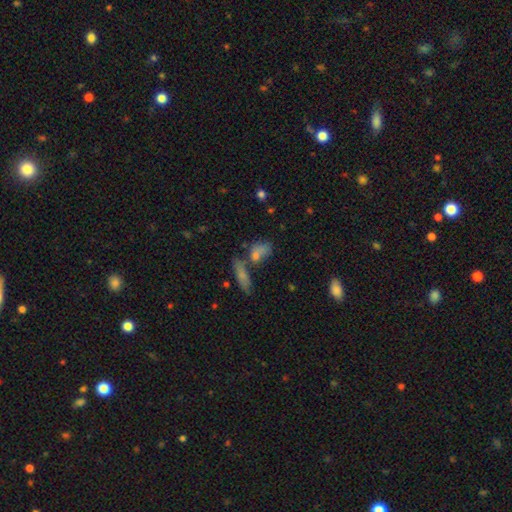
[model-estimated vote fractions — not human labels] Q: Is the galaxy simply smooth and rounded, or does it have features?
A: smooth — 67%.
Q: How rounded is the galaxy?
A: in between — 66%.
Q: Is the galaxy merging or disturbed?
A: none — 50%.